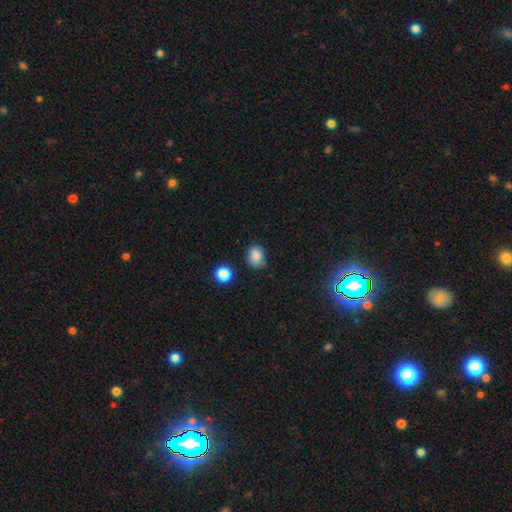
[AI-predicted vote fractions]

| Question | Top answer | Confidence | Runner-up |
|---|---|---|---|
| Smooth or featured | smooth | 85% | star or artifact (11%) |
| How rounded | in between | 56% | round (43%) |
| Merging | none | 74% | minor disturbance (18%) |